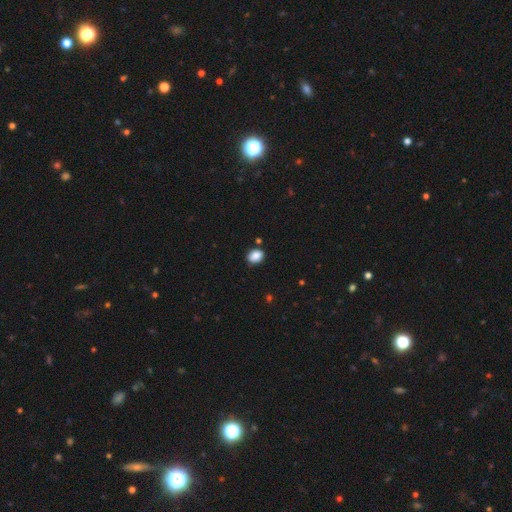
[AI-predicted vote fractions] Smooth or featured? Predicted: smooth (p=0.87). How rounded? Predicted: in between (p=0.64). Merging? Predicted: none (p=0.80).